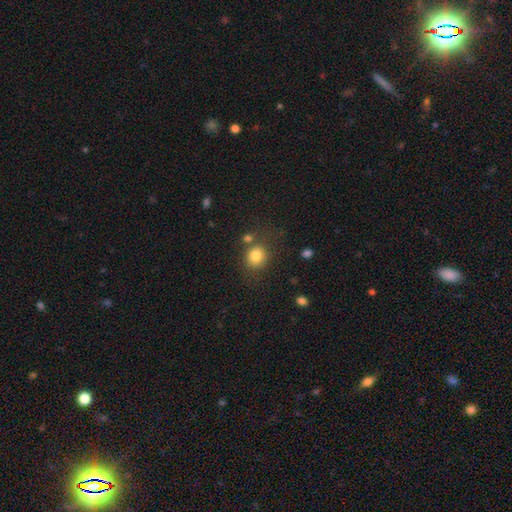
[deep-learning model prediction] Morphology: type=smooth (81%); roundness=round (76%); merging=none (71%).